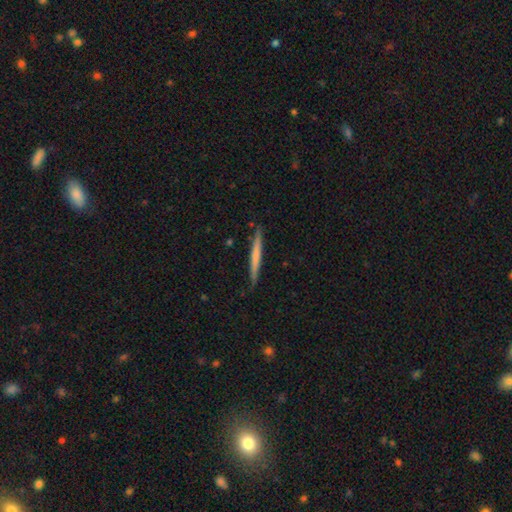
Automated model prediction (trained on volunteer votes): Smooth or featured? smooth (55%)
How rounded? cigar-shaped (97%)
Merging? none (88%)